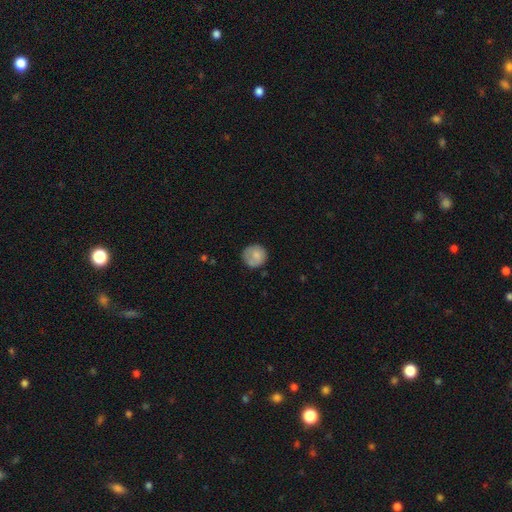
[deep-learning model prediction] Q: Smooth or featured?
A: smooth (79%); runner-up: featured or disk (14%)
Q: How rounded?
A: round (91%); runner-up: in between (8%)
Q: Merging?
A: none (70%); runner-up: minor disturbance (21%)